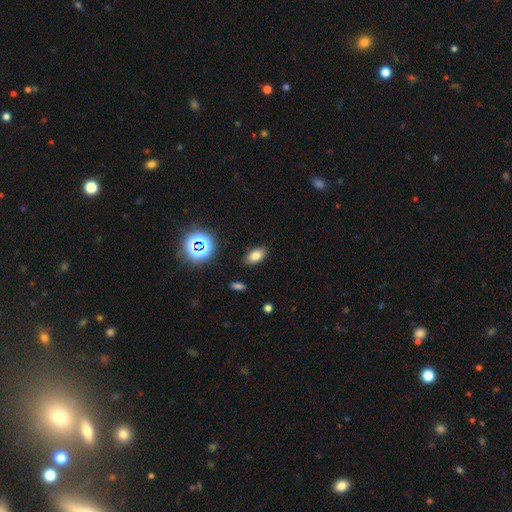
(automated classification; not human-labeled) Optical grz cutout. It shows a smooth galaxy with no disk features (76%) that is in between round and cigar-shaped (88%). Merging: none (87%).